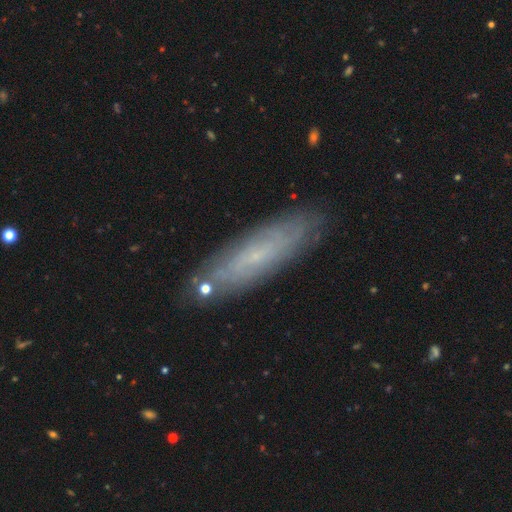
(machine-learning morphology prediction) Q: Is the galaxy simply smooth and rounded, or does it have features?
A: featured or disk — 57%.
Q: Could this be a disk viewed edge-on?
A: no — 67%.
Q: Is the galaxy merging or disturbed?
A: none — 84%.